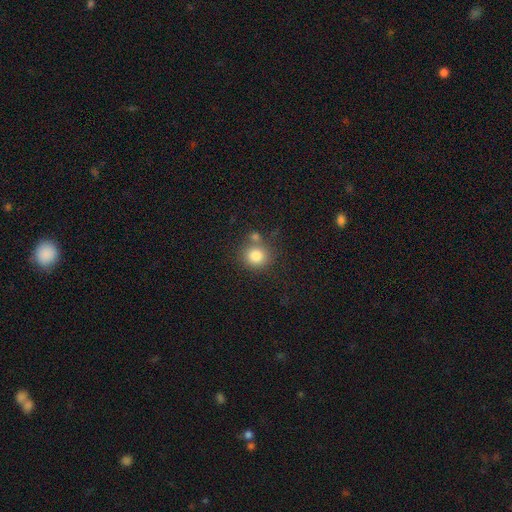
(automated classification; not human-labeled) Smooth or featured: smooth — 81% (star or artifact — 11%)
How rounded: round — 87% (in between — 12%)
Merging: none — 66% (merger — 20%)